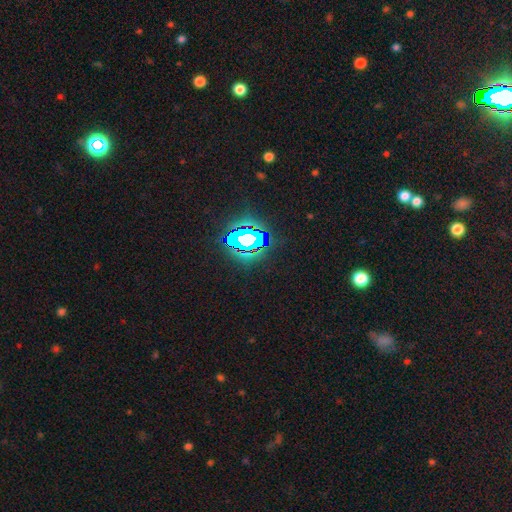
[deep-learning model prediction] Smooth or featured? Predicted: star or artifact (p=0.80).